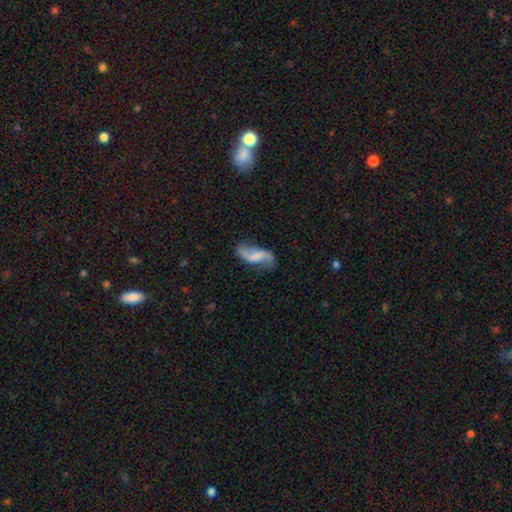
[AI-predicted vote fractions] Q: Smooth or featured?
A: featured or disk (75%); runner-up: smooth (19%)
Q: Edge-on disk?
A: no (95%); runner-up: yes (5%)
Q: Bar?
A: weak (43%); runner-up: no (40%)
Q: Spiral arms?
A: yes (94%); runner-up: no (6%)
Q: Spiral winding?
A: loose (80%); runner-up: medium (16%)
Q: Spiral arm count?
A: 2 (91%); runner-up: 1 (3%)
Q: Bulge size?
A: none (44%); runner-up: small (27%)
Q: Merging?
A: none (70%); runner-up: minor disturbance (19%)